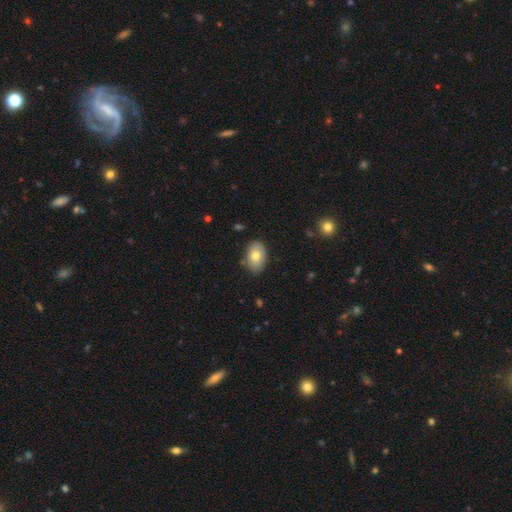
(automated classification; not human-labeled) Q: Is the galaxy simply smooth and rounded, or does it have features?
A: smooth — 78%.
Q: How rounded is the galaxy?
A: in between — 89%.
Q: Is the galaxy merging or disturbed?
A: none — 83%.